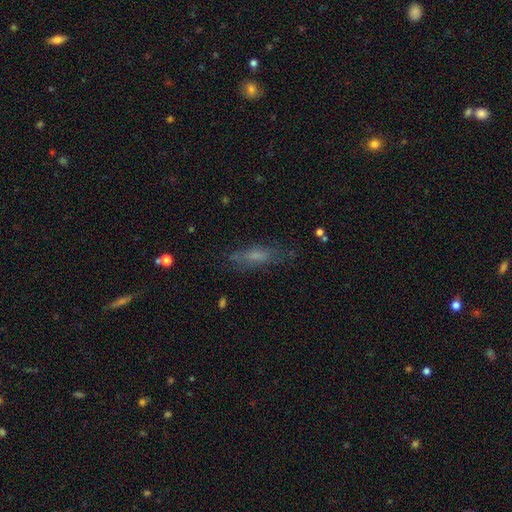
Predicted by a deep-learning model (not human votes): This appears to be a smooth galaxy with no disk features (53%) that is cigar-shaped (55%). Merging: none (69%).